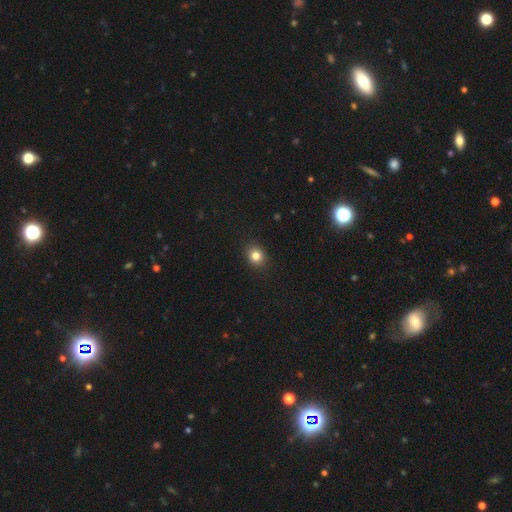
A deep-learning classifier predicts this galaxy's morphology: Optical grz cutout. It shows a smooth galaxy with no disk features (82%) that is round (70%). Merging: none (90%).